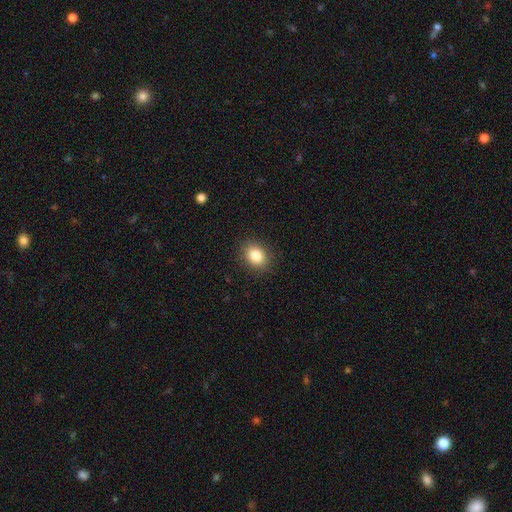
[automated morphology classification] Smooth or featured? Predicted: smooth (p=0.84). How rounded? Predicted: in between (p=0.54). Merging? Predicted: none (p=0.89).